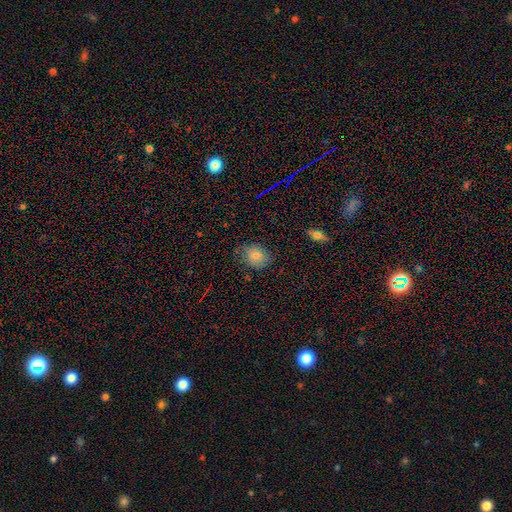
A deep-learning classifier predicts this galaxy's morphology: This appears to be a smooth galaxy with no disk features (79%) that is round (52%). Merging: none (72%).